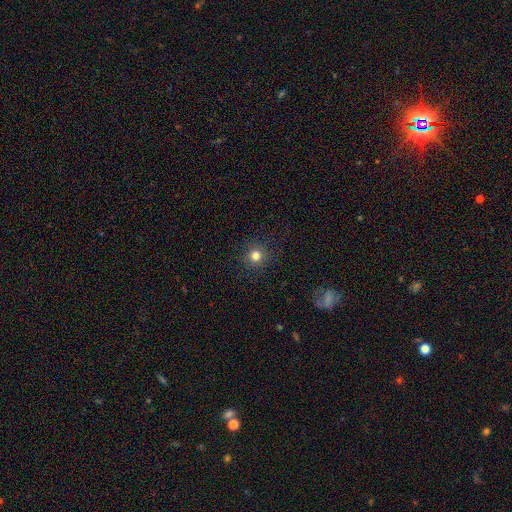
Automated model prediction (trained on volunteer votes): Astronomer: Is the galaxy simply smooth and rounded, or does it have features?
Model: smooth — 80%.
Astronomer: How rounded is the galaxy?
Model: round — 93%.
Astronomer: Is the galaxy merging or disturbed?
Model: none — 90%.